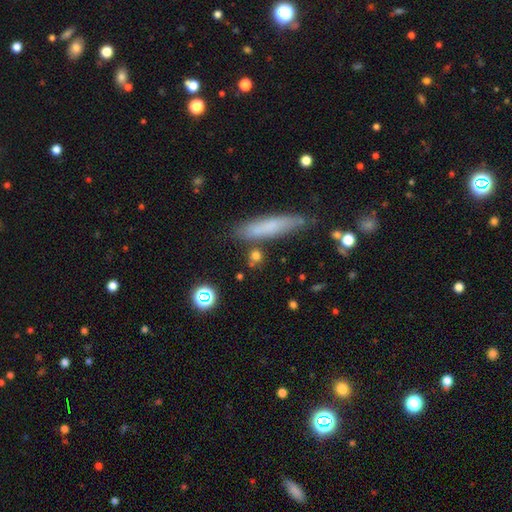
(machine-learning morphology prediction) A smooth galaxy with no disk features (73%) that is round (40%). Merging: none (77%).